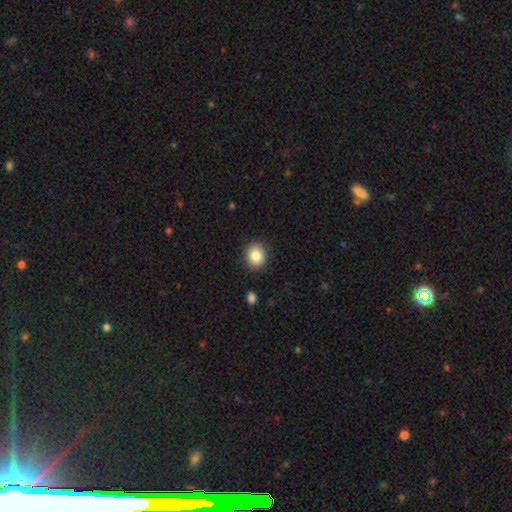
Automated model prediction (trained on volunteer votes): Q: Smooth or featured?
A: smooth (84%); runner-up: star or artifact (9%)
Q: How rounded?
A: round (73%); runner-up: in between (26%)
Q: Merging?
A: none (89%); runner-up: minor disturbance (8%)